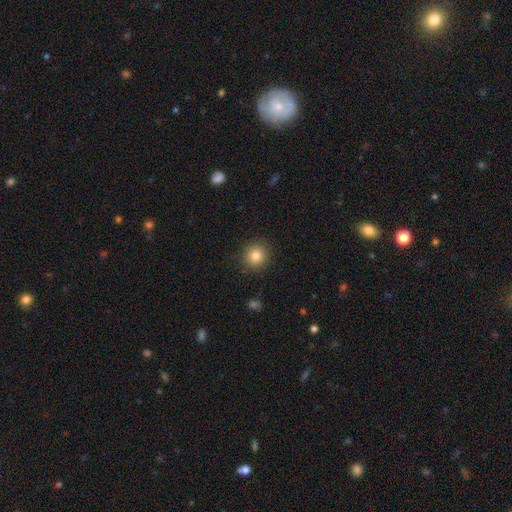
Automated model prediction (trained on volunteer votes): smooth 83%, star or artifact 11%, featured or disk 6%. Down the decision tree: how rounded — round (92%); merging — none (89%).